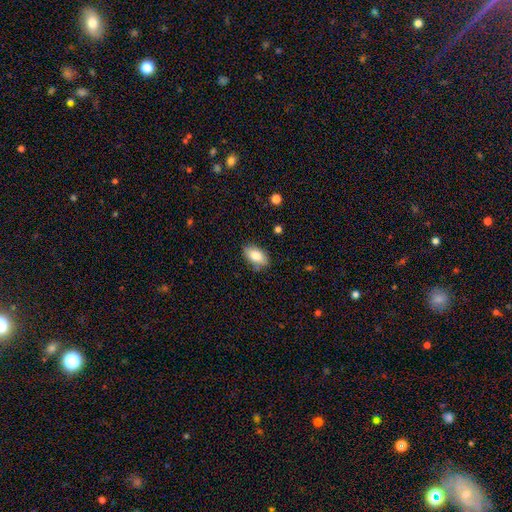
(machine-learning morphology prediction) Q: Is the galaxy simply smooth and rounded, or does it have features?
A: smooth — 83%.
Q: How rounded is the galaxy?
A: in between — 92%.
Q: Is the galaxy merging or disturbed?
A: none — 80%.